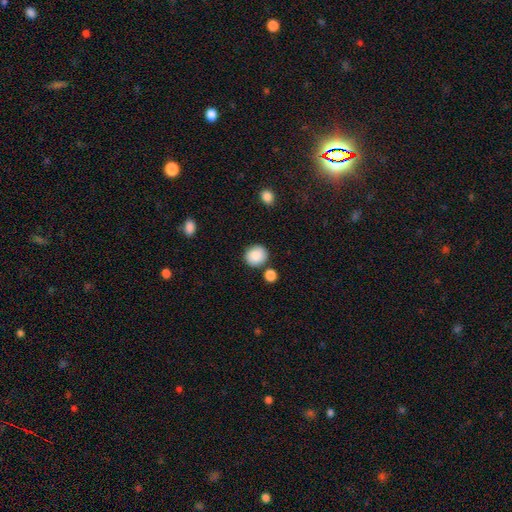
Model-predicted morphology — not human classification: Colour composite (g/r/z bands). It shows a smooth galaxy with no disk features (88%) that is round (82%). Merging: none (81%).